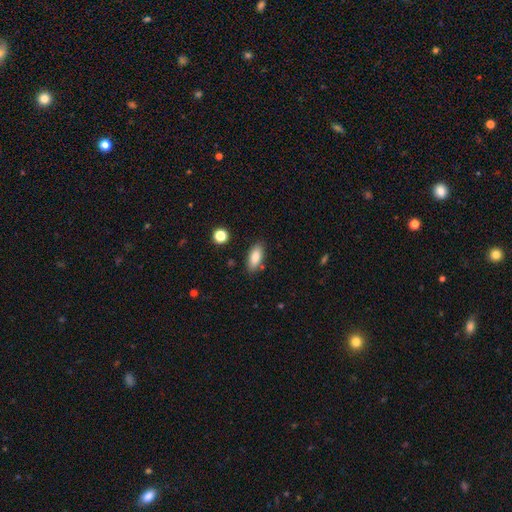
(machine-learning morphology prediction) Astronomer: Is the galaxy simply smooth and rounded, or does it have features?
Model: smooth — 84%.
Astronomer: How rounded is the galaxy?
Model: in between — 82%.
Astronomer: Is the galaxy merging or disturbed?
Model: none — 83%.